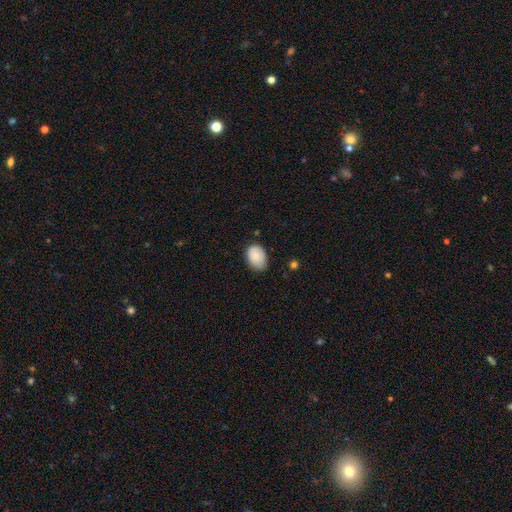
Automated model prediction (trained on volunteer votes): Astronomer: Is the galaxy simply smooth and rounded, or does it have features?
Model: smooth — 83%.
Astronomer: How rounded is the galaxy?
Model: in between — 79%.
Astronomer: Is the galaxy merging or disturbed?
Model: none — 67%.